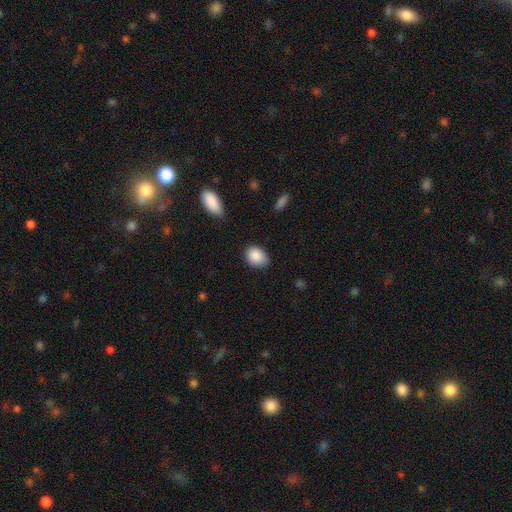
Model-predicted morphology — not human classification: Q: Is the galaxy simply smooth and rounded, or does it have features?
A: smooth — 88%.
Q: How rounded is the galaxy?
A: in between — 63%.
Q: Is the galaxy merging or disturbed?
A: none — 71%.